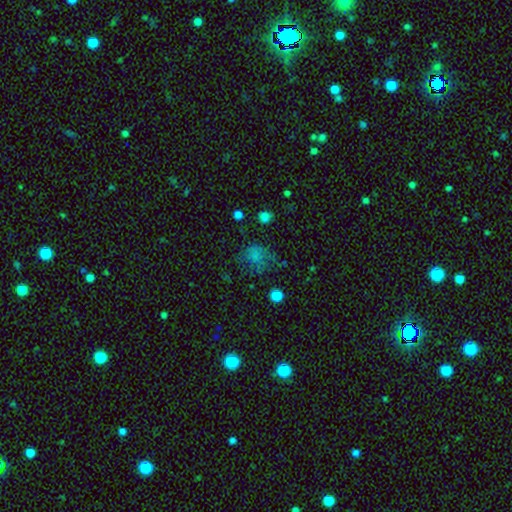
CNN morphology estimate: type=smooth (66%); roundness=round (63%); merging=none (48%).